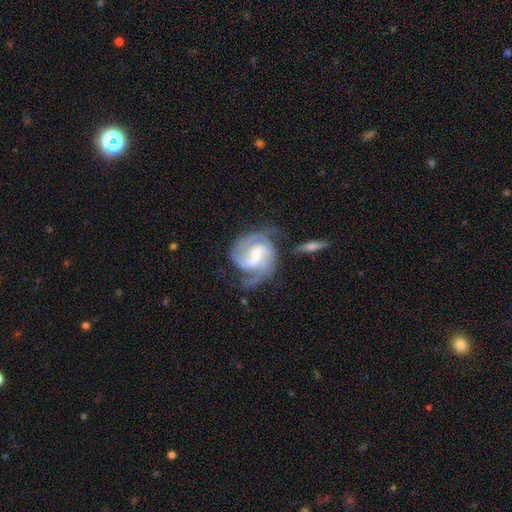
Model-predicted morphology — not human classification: This appears to be a featured or disk galaxy (87%) with a weak bar (55%), 2 (55%) medium (49%) spiral arms (96%) and a moderate central bulge (43%). Merging: none (51%).